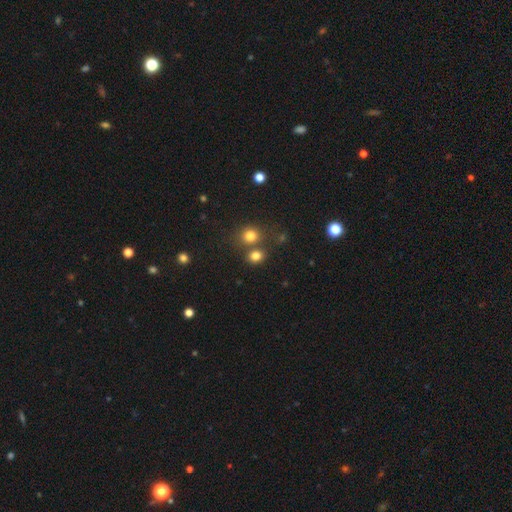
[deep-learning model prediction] Smooth or featured? smooth (78%)
How rounded? round (65%)
Merging? none (62%)